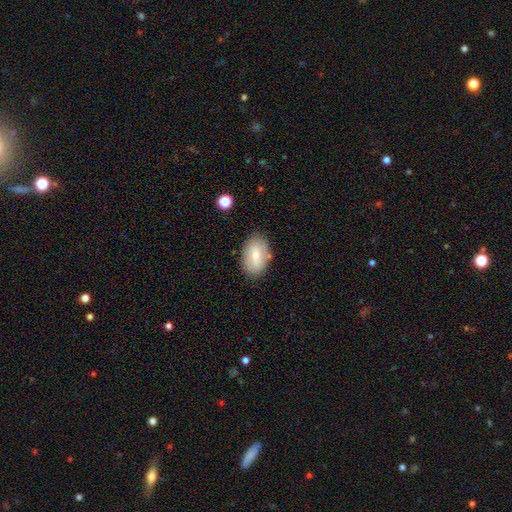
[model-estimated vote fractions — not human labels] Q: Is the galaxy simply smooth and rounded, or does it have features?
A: smooth — 72%.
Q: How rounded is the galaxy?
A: in between — 89%.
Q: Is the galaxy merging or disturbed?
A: none — 80%.